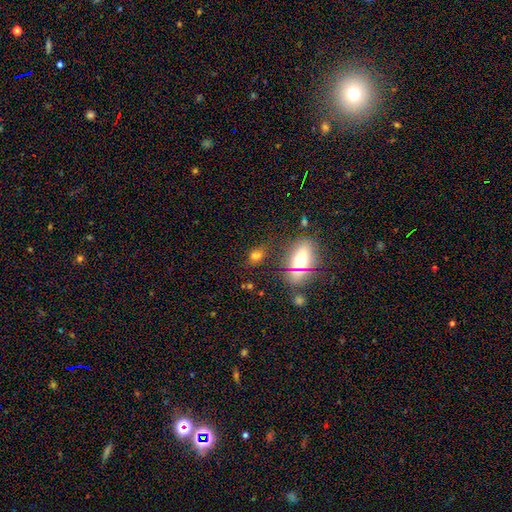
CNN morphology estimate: smooth_or_featured: smooth (p=0.67) [alt: star or artifact p=0.24]
how_rounded: in between (p=0.66) [alt: round p=0.30]
merging: none (p=0.65) [alt: minor disturbance p=0.15]